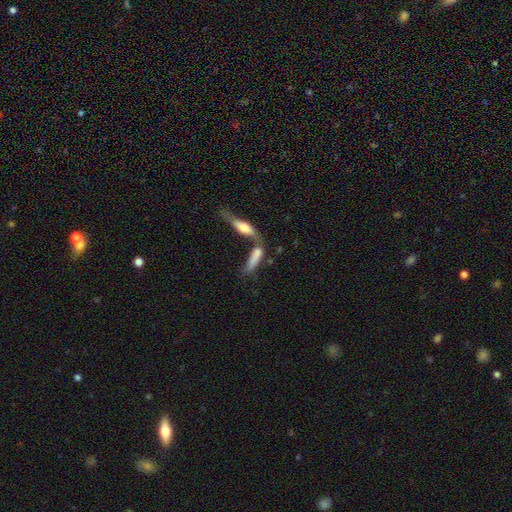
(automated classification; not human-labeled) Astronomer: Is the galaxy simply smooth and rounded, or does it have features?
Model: smooth — 69%.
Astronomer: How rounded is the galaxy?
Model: cigar-shaped — 53% (runner-up: in between, 44%).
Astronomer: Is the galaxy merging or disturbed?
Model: merger — 59%.